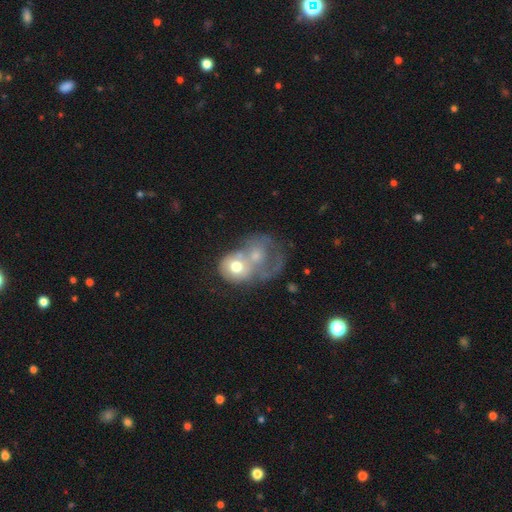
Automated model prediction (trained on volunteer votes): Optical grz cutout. It shows a featured or disk galaxy (50%). Merging: merger (72%).